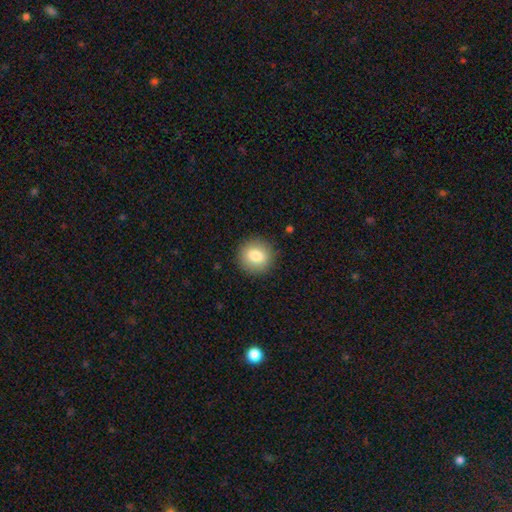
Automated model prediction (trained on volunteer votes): smooth-or-featured: smooth: 82% | featured or disk: 9% | star or artifact: 8%
  how-rounded: round: 88% | in between: 11% | cigar-shaped: 1%
  merging: none: 89% | minor disturbance: 8% | major disturbance: 2% | merger: 1%